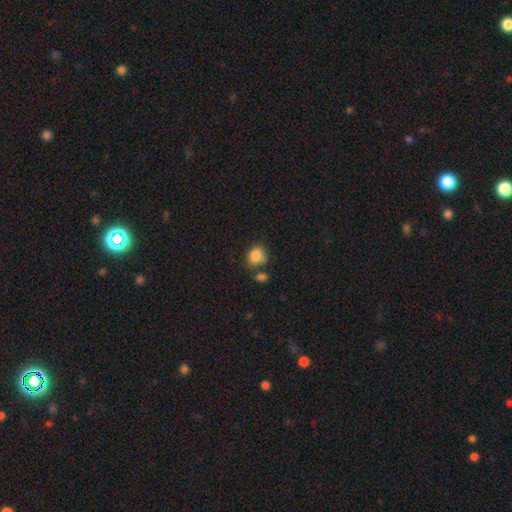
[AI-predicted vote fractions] Smooth or featured? Predicted: smooth (p=0.85). How rounded? Predicted: round (p=0.52). Merging? Predicted: none (p=0.53).